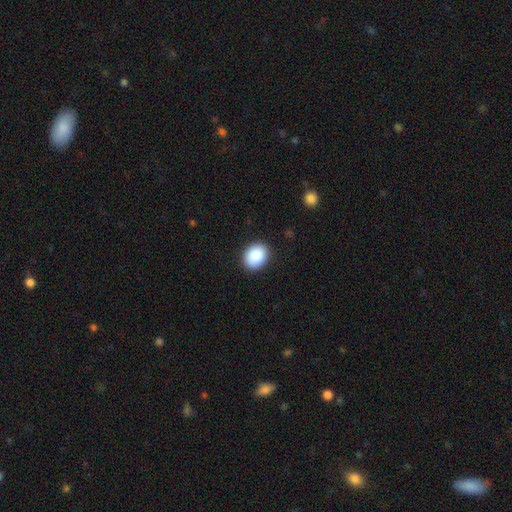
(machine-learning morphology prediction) Q: Smooth or featured?
A: smooth (88%); runner-up: star or artifact (8%)
Q: How rounded?
A: in between (53%); runner-up: round (46%)
Q: Merging?
A: none (90%); runner-up: minor disturbance (7%)